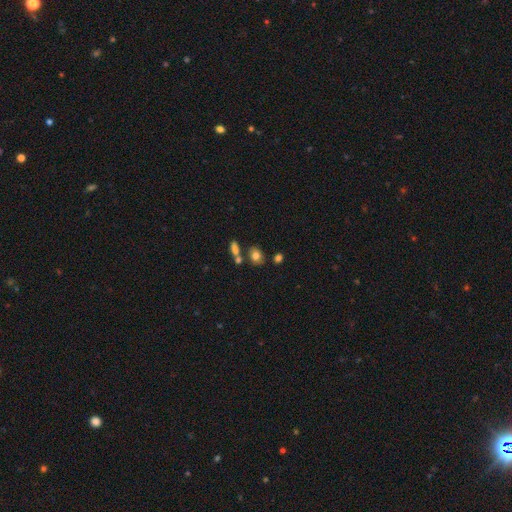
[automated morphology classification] Overall: smooth (78%). How rounded: in between (52%; round 47%). Merging: none (66%).